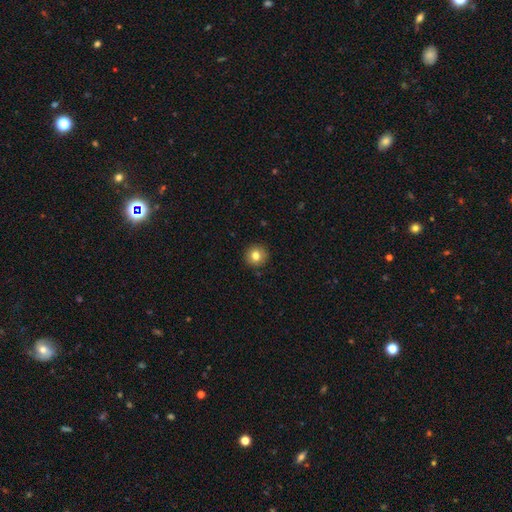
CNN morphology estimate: Smooth or featured? Predicted: smooth (p=0.81). How rounded? Predicted: round (p=0.93). Merging? Predicted: none (p=0.92).